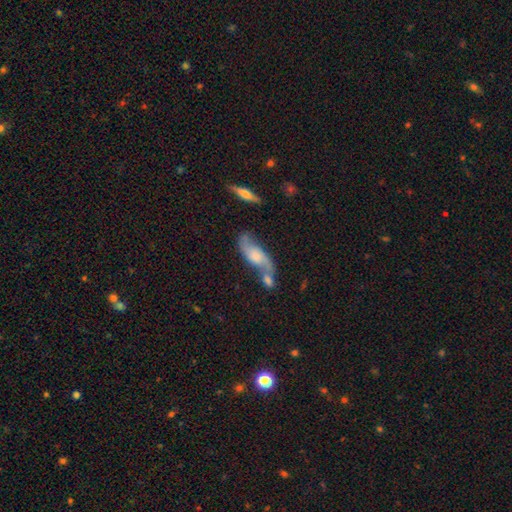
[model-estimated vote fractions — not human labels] Overall: featured or disk (67%). Edge-on disk: no (84%). Bar: no (66%; weak 28%). Spiral arms: yes (88%). Bulge size: moderate (37%; small 31%). Merging: merger (42%; none 33%).